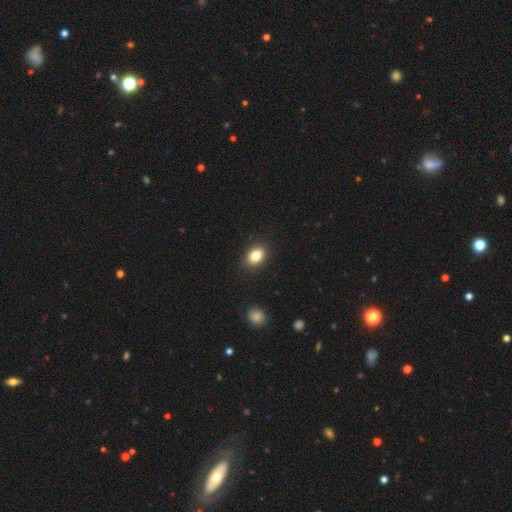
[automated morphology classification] A smooth galaxy with no disk features (84%) that is in between round and cigar-shaped (71%).

Vote fractions:
- Smooth or featured? smooth: 84% / star or artifact: 9% / featured or disk: 7%
- How rounded? in between: 71% / round: 27% / cigar-shaped: 1%
- Merging? none: 88% / minor disturbance: 9% / major disturbance: 2% / merger: 1%